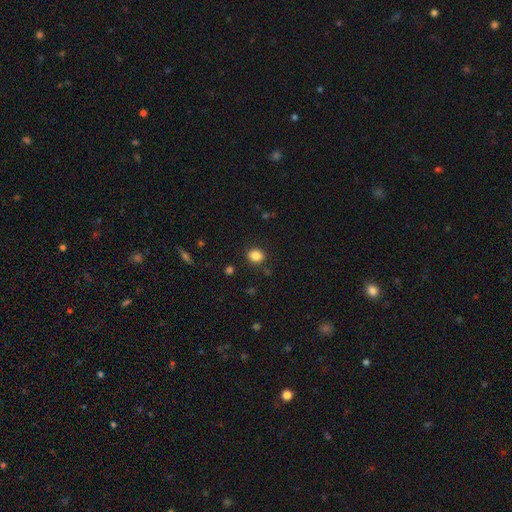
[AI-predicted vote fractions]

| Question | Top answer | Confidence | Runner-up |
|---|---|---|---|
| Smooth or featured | smooth | 85% | star or artifact (10%) |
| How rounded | round | 69% | in between (31%) |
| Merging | none | 88% | minor disturbance (8%) |